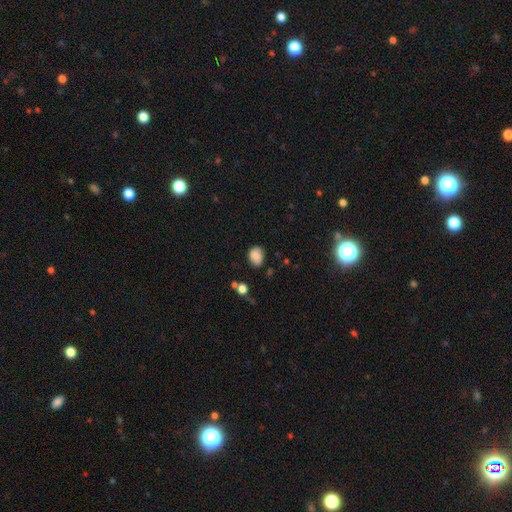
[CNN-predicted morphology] This is clearly a smooth galaxy (81%). How rounded: possibly in between (59%). Merging: likely none (68%).